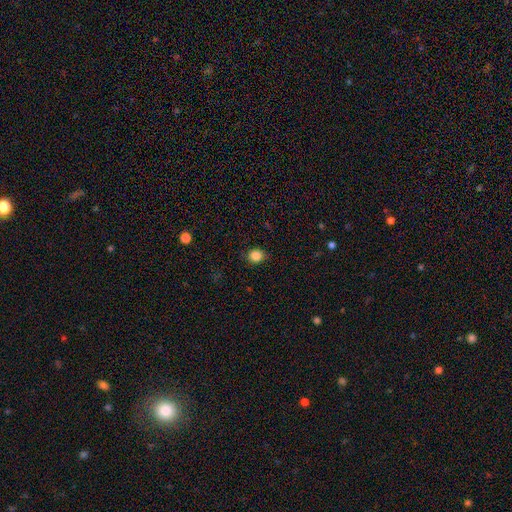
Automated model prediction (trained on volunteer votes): Smooth or featured: smooth — 85% (star or artifact — 11%)
How rounded: round — 75% (in between — 24%)
Merging: none — 84% (minor disturbance — 12%)